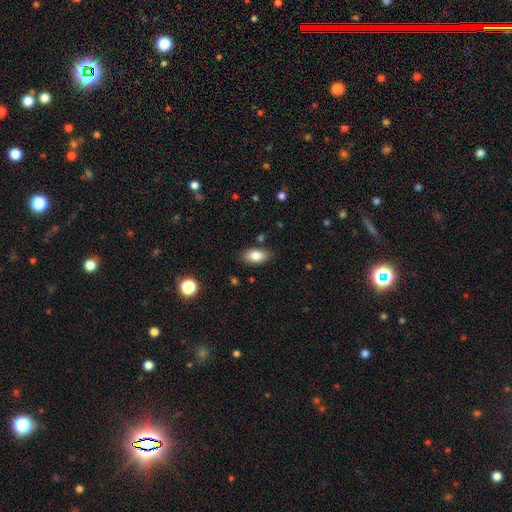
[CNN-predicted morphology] Smooth or featured: smooth — 81% (featured or disk — 11%)
How rounded: in between — 91% (round — 5%)
Merging: none — 85% (minor disturbance — 11%)